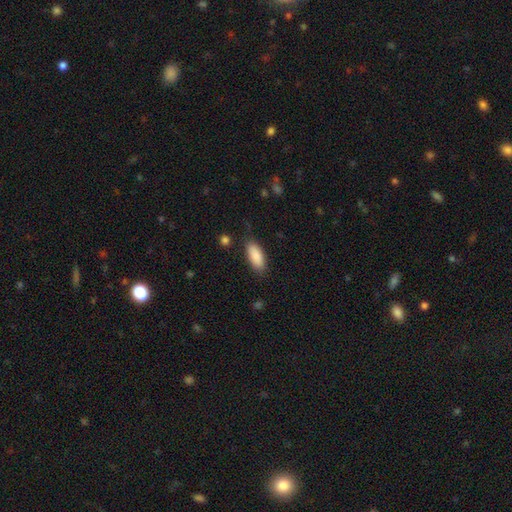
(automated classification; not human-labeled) Morphology: type=smooth (88%); roundness=in between (82%); merging=none (82%).